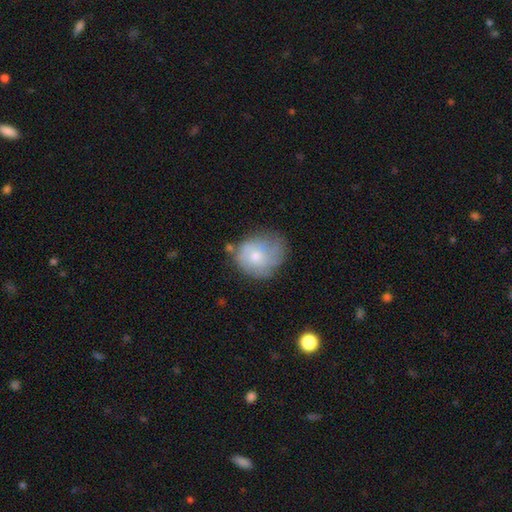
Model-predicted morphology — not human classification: Smooth or featured: smooth — 56% (featured or disk — 36%)
How rounded: round — 71% (in between — 28%)
Merging: none — 48% (minor disturbance — 31%)